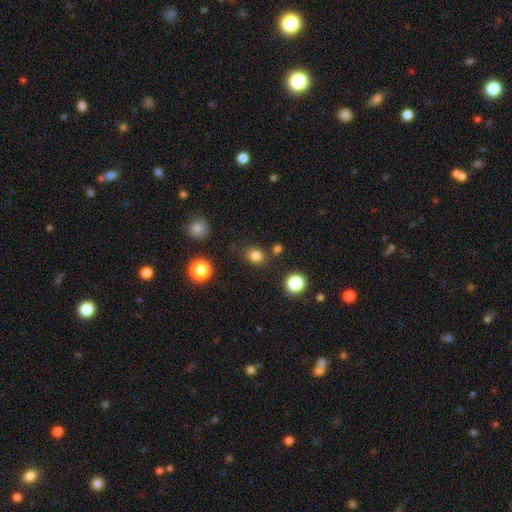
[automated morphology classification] The model was most divided on "how rounded": round: 54%, in between: 45%, cigar-shaped: 1%. More confident: smooth or featured — smooth (81%); merging — none (79%).